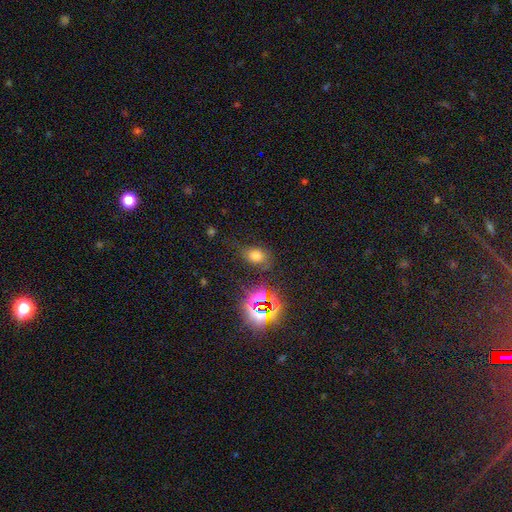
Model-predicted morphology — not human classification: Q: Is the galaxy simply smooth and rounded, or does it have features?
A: smooth — 62%.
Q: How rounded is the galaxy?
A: in between — 77%.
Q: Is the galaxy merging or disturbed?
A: none — 68%.